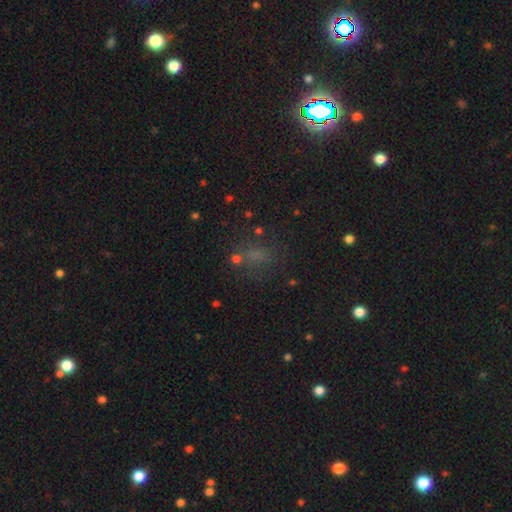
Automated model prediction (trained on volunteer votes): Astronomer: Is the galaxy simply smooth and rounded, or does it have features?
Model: smooth — 52% (runner-up: star or artifact, 34%).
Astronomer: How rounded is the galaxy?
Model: in between — 55% (runner-up: round, 41%).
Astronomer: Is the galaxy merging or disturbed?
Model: none — 63%.